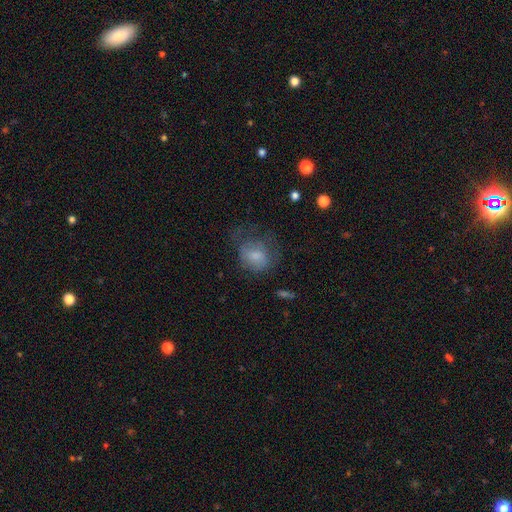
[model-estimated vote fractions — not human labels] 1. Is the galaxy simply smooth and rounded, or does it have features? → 71% smooth, 19% featured or disk, 10% star or artifact.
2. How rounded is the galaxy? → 59% round, 40% in between, 1% cigar-shaped.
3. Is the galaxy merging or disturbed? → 39% none, 32% major disturbance, 27% minor disturbance, 2% merger.